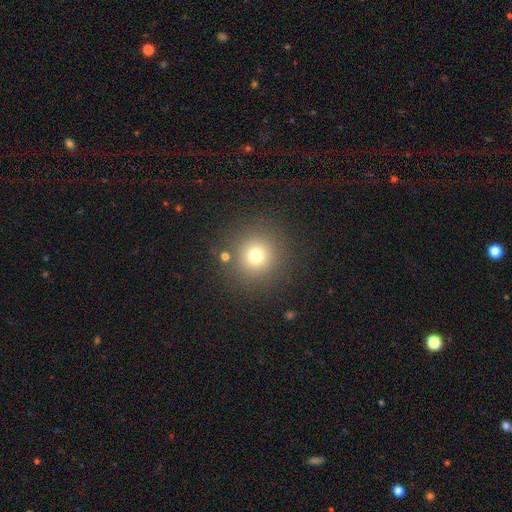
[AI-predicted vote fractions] This is likely a smooth galaxy (74%). How rounded: clearly round (94%). Merging: clearly none (85%).